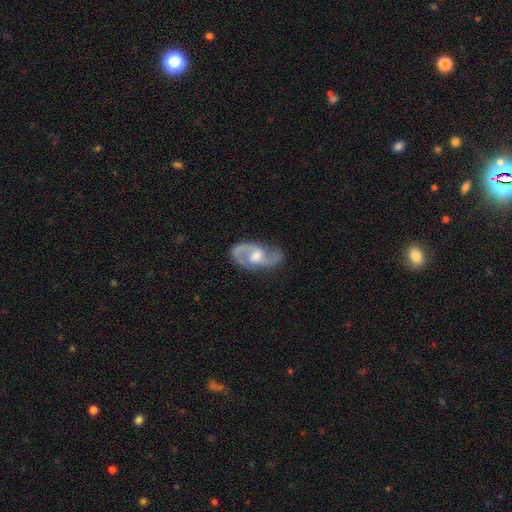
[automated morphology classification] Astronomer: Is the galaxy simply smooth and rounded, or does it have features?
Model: featured or disk — 85%.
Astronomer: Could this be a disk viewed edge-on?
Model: no — 96%.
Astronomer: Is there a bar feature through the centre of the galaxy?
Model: weak — 47% (runner-up: no, 43%).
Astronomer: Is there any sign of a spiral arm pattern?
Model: yes — 94%.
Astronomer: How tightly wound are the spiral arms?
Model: medium — 55%.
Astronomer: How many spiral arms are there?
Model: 2 — 89%.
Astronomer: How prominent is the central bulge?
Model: moderate — 65%.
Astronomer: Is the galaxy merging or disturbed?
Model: none — 77%.